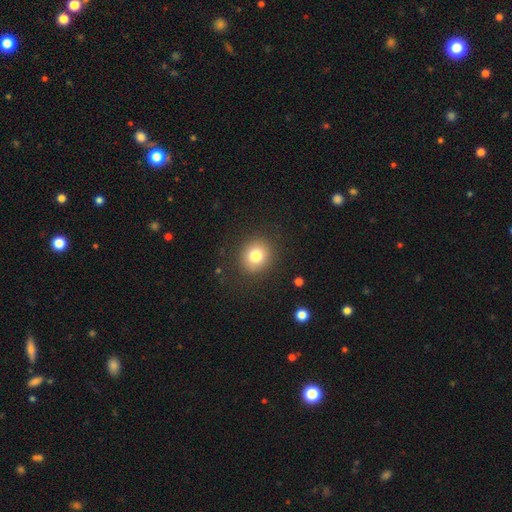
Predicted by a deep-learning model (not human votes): Q: Smooth or featured?
A: smooth (79%); runner-up: star or artifact (11%)
Q: How rounded?
A: round (83%); runner-up: in between (16%)
Q: Merging?
A: none (88%); runner-up: minor disturbance (8%)